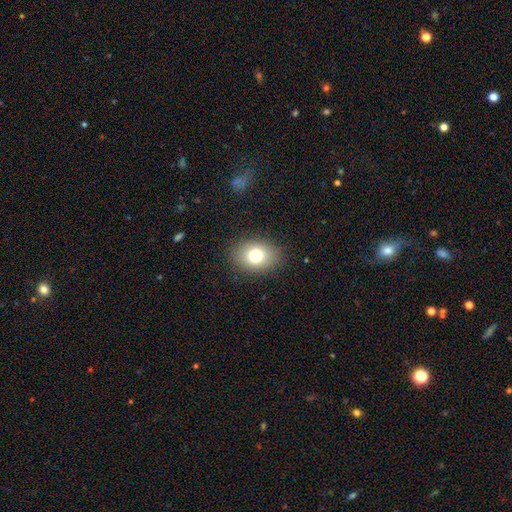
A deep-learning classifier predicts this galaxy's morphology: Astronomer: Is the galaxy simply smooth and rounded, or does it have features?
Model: smooth — 77%.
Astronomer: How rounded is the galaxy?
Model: in between — 63%.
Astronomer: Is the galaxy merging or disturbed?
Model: none — 87%.